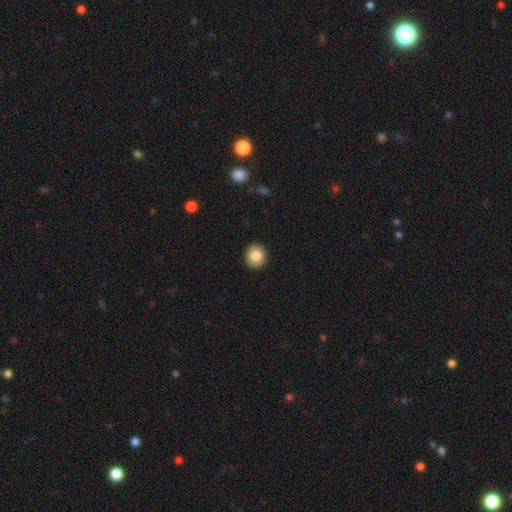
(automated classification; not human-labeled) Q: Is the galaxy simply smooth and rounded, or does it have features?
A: smooth — 85%.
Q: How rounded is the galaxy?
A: round — 83%.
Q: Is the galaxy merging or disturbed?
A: none — 92%.